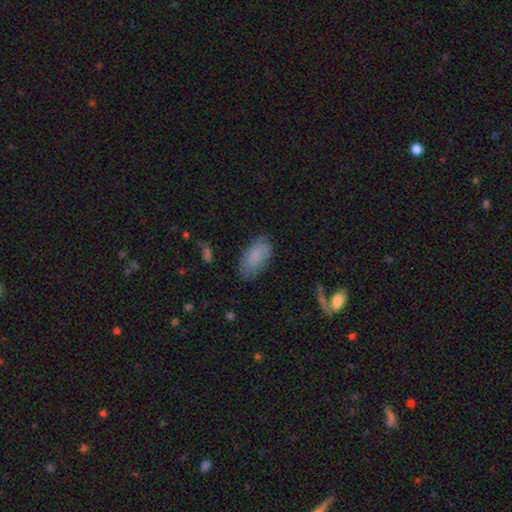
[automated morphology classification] Overall: smooth (82%). How rounded: in between (93%). Merging: none (73%).